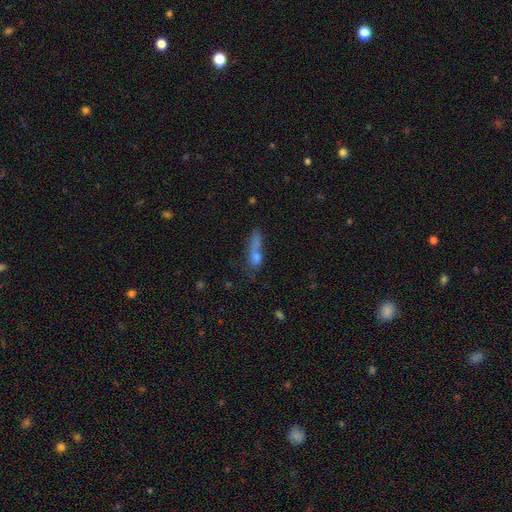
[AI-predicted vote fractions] This appears to be a smooth galaxy with no disk features (61%) that is cigar-shaped (57%). Merging: none (38%).